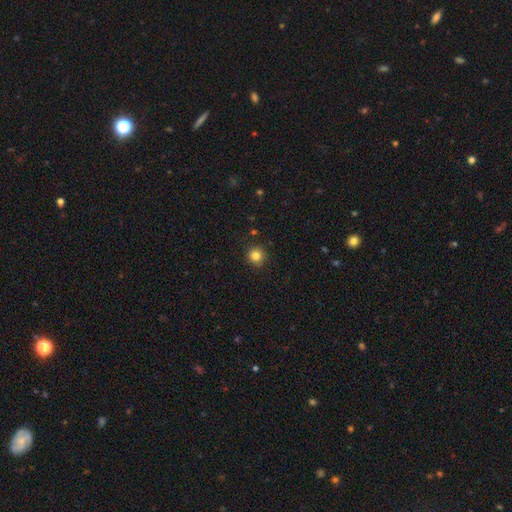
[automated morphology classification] smooth-or-featured: smooth: 82% | star or artifact: 12% | featured or disk: 5%
  how-rounded: round: 93% | in between: 6% | cigar-shaped: 1%
  merging: none: 89% | minor disturbance: 8% | major disturbance: 2% | merger: 1%